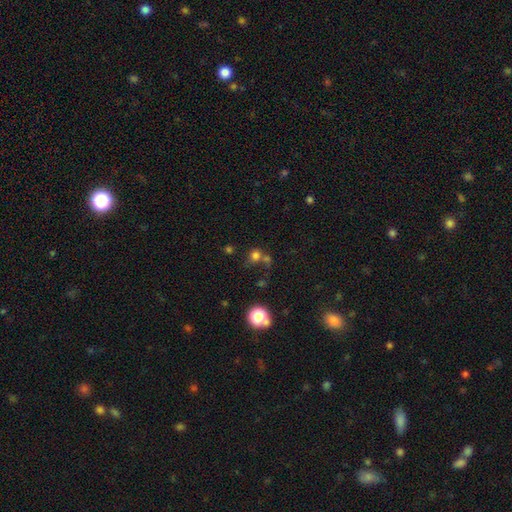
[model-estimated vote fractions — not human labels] Smooth or featured: smooth — 70% (star or artifact — 21%)
How rounded: round — 78% (in between — 21%)
Merging: none — 49% (merger — 33%)